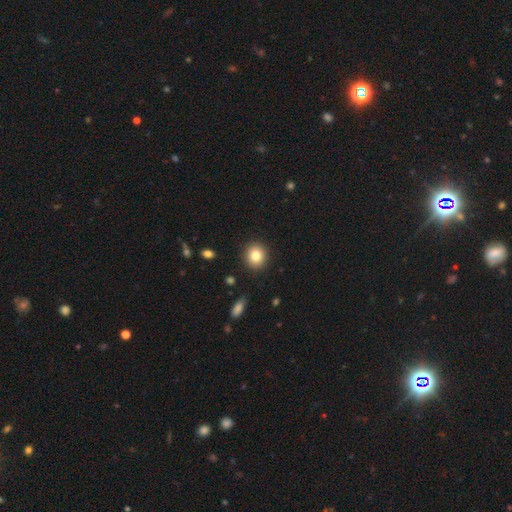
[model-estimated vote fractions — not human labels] The model was most divided on "how rounded": round: 83%, in between: 16%, cigar-shaped: 1%. More confident: merging — none (90%); smooth or featured — smooth (83%).